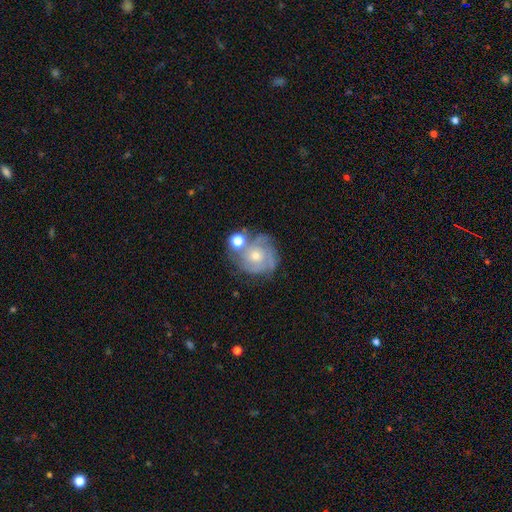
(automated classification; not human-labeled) Morphology: type=featured or disk (69%); edge-on=no (98%); bar=no (80%); spiral arms=yes (87%); winding=tight (62%); arm count=can't tell (33%); bulge=moderate (52%); merging=none (60%).